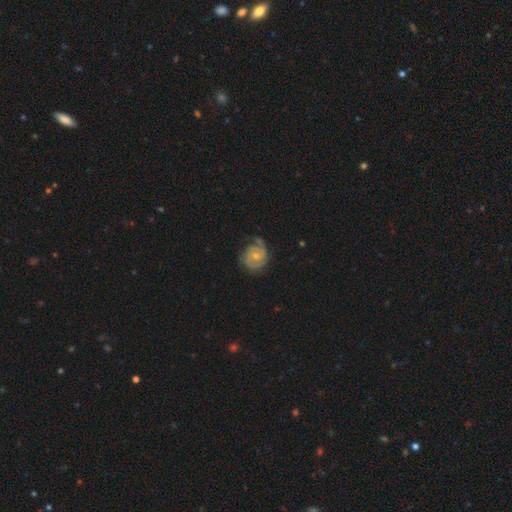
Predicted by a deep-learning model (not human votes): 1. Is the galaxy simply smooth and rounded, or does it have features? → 83% featured or disk, 12% smooth, 5% star or artifact.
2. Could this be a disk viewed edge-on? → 98% no, 2% yes.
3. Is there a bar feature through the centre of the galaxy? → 64% no, 31% weak, 6% strong.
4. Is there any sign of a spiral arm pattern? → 96% yes, 4% no.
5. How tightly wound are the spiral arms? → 60% tight, 32% medium, 8% loose.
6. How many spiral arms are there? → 65% 2, 13% 3, 12% can't tell, 5% 1, 3% 4, 2% more than 4.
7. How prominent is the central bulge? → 56% small, 38% moderate, 3% none, 2% large, 1% dominant.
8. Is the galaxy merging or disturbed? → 61% none, 25% minor disturbance, 12% major disturbance, 2% merger.